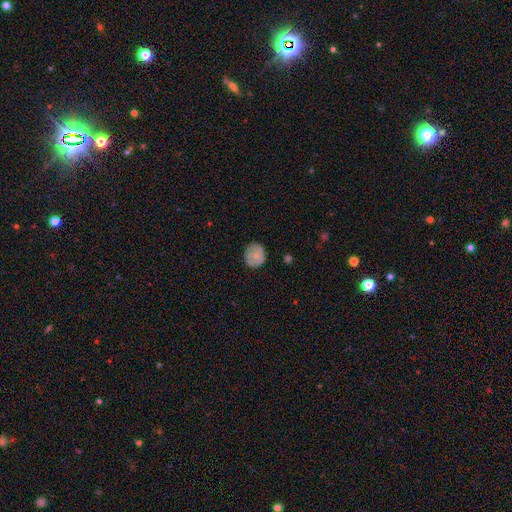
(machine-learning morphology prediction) Smooth or featured? Predicted: smooth (p=0.76). How rounded? Predicted: round (p=0.75). Merging? Predicted: none (p=0.78).